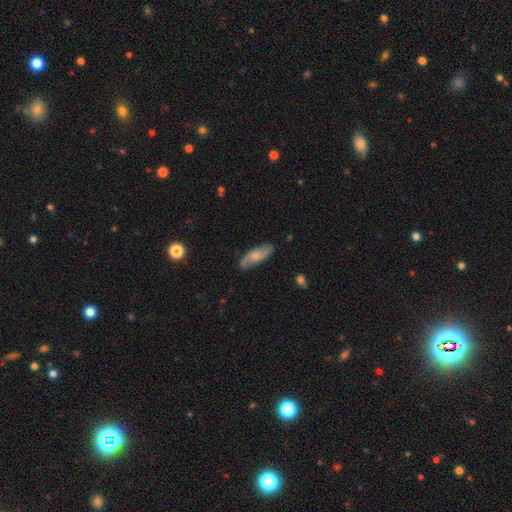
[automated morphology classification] The model was most divided on "smooth or featured": featured or disk: 49%, smooth: 45%, star or artifact: 6%. More confident: merging — none (82%).